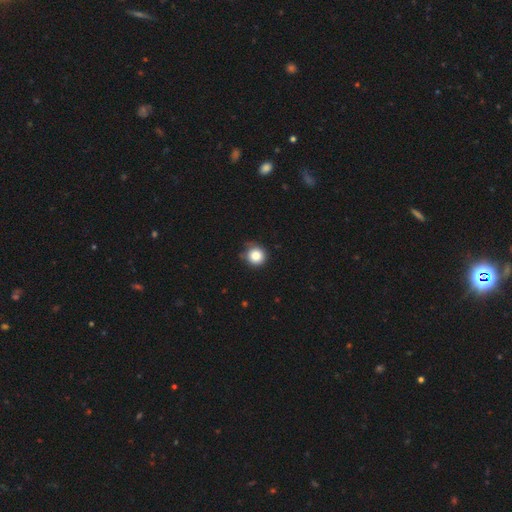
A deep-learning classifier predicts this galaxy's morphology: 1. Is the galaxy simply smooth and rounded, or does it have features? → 84% smooth, 10% star or artifact, 5% featured or disk.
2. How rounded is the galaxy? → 94% round, 5% in between, 1% cigar-shaped.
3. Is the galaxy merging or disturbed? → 73% none, 21% minor disturbance, 4% major disturbance, 2% merger.